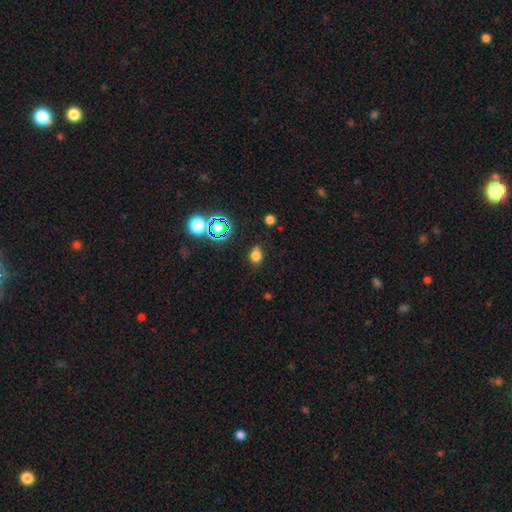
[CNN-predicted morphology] Q: Smooth or featured?
A: smooth (75%); runner-up: star or artifact (19%)
Q: How rounded?
A: in between (60%); runner-up: round (39%)
Q: Merging?
A: none (82%); runner-up: minor disturbance (13%)